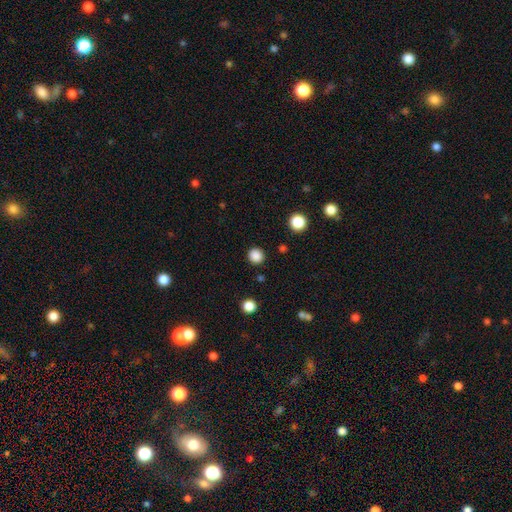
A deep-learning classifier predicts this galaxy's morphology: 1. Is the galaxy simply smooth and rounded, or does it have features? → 85% smooth, 12% star or artifact, 3% featured or disk.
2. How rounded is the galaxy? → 93% round, 6% in between, 1% cigar-shaped.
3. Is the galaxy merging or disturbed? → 90% none, 6% minor disturbance, 2% major disturbance, 2% merger.